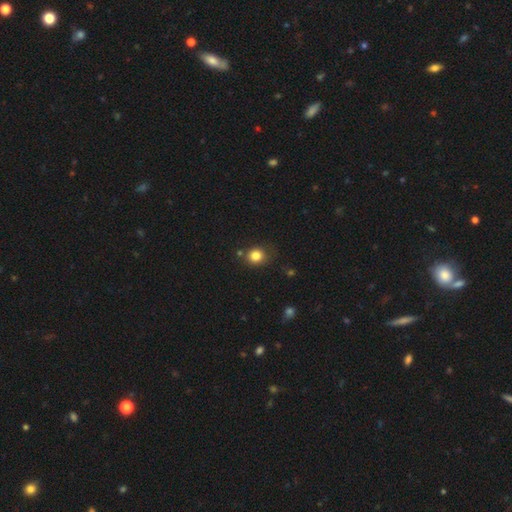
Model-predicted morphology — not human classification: A smooth galaxy with no disk features (82%) that is round (81%). Merging: none (76%).